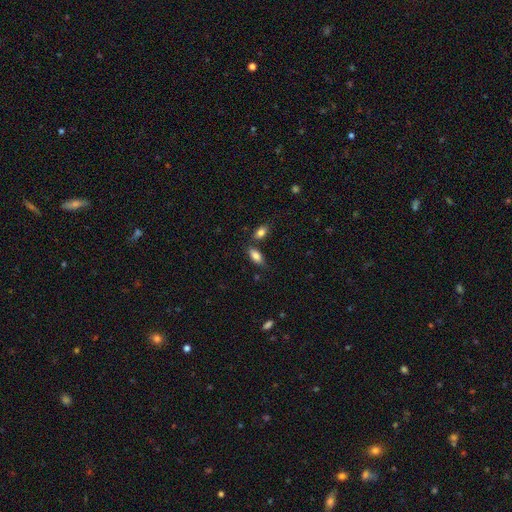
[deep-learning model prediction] Q: Smooth or featured?
A: smooth (84%); runner-up: featured or disk (8%)
Q: How rounded?
A: in between (89%); runner-up: cigar-shaped (8%)
Q: Merging?
A: none (70%); runner-up: minor disturbance (14%)